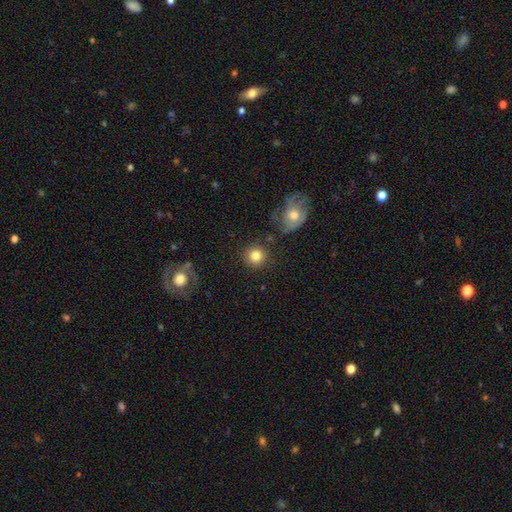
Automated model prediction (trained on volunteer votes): Smooth or featured? Predicted: smooth (p=0.82). How rounded? Predicted: round (p=0.92). Merging? Predicted: none (p=0.84).